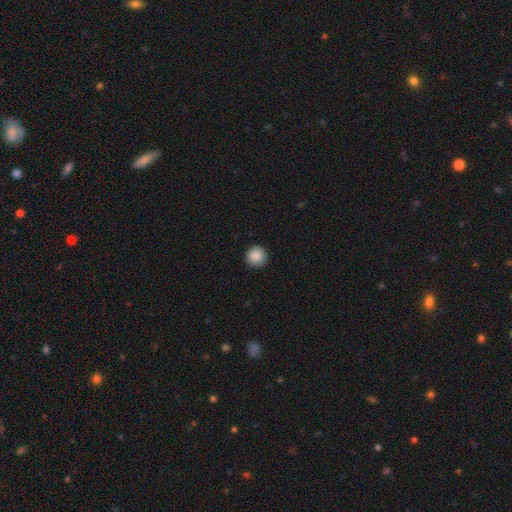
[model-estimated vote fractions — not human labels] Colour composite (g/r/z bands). It shows a smooth galaxy with no disk features (88%) that is round (93%). Merging: none (89%).